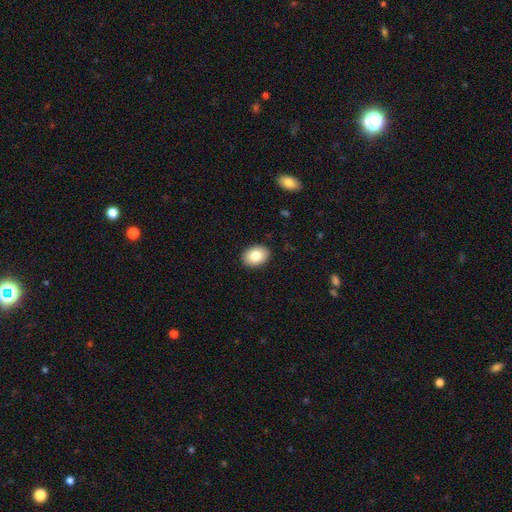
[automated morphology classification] Q: Smooth or featured?
A: smooth (83%); runner-up: featured or disk (9%)
Q: How rounded?
A: in between (77%); runner-up: round (22%)
Q: Merging?
A: none (91%); runner-up: minor disturbance (7%)